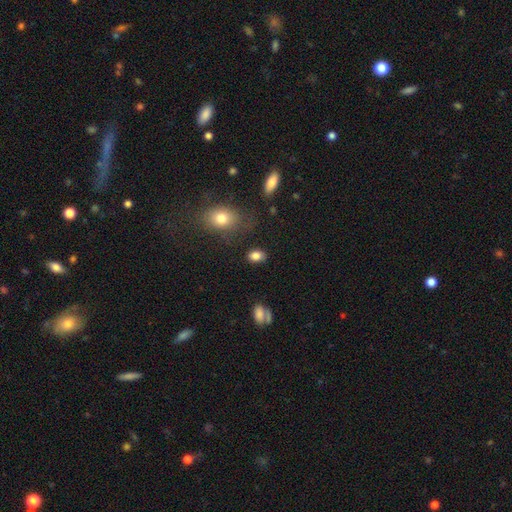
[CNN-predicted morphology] smooth-or-featured: smooth: 84% | star or artifact: 10% | featured or disk: 6%
  how-rounded: in between: 77% | round: 21% | cigar-shaped: 2%
  merging: none: 79% | minor disturbance: 14% | major disturbance: 4% | merger: 3%